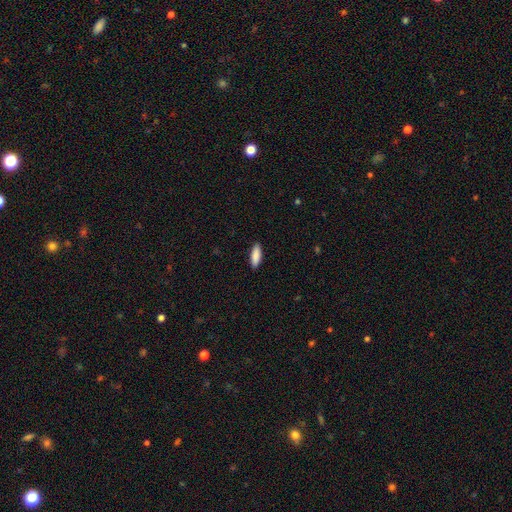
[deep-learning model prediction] Overall: smooth (89%). How rounded: in between (58%; cigar-shaped 41%). Merging: none (90%).